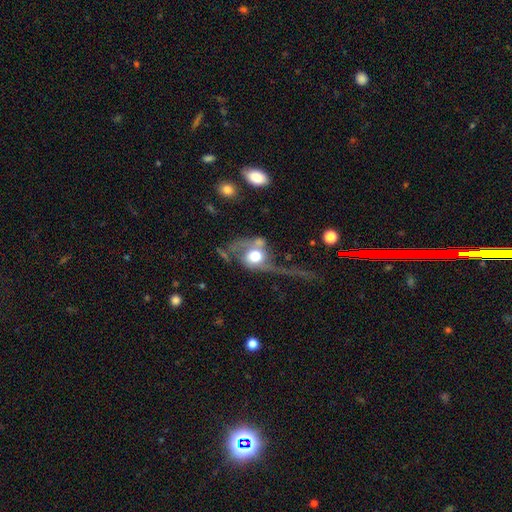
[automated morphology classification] Smooth or featured: featured or disk — 63% (smooth — 29%)
Edge-on disk: no — 92% (yes — 8%)
Bar: no — 75% (weak — 19%)
Spiral arms: yes — 74% (no — 26%)
Bulge size: moderate — 47% (large — 40%)
Merging: major disturbance — 46% (none — 26%)